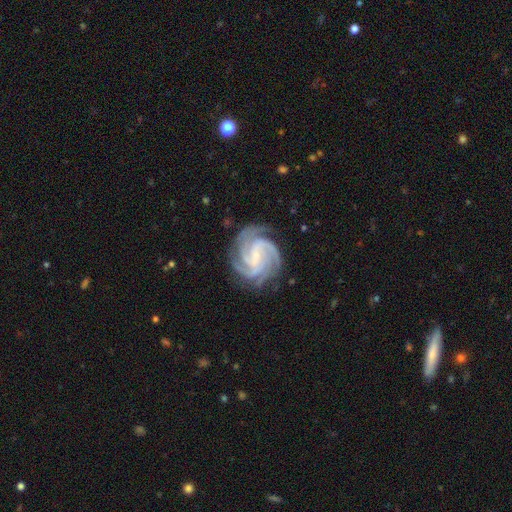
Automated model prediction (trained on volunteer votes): Smooth or featured? featured or disk (91%)
Edge-on disk? no (98%)
Bar? weak (45%)
Spiral arms? yes (99%)
Spiral winding? tight (61%)
Spiral arm count? 4 (39%)
Bulge size? small (62%)
Merging? none (79%)